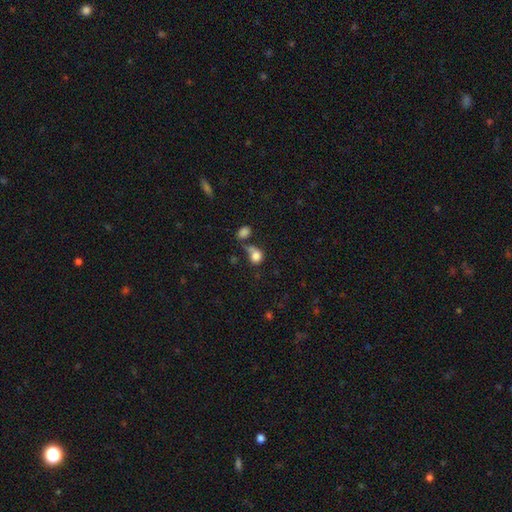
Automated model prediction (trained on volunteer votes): Overall: smooth (81%). How rounded: round (64%; in between 35%). Merging: none (38%; merger 33%).